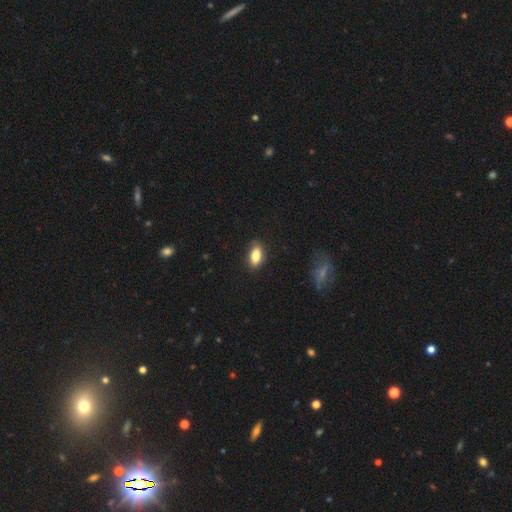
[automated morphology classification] The model was most divided on "smooth or featured": smooth: 82%, featured or disk: 10%, star or artifact: 8%. More confident: how rounded — in between (87%); merging — none (86%).